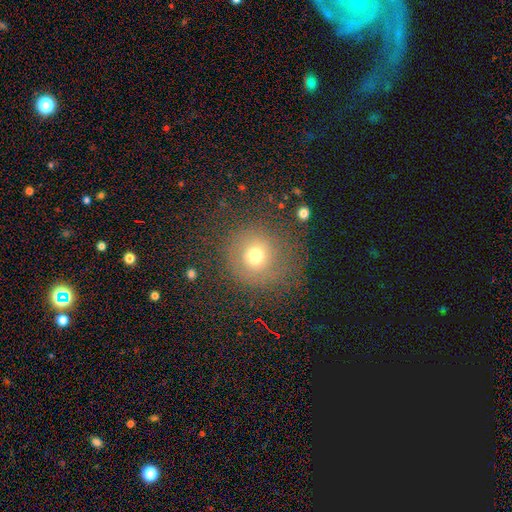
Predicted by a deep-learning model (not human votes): A smooth galaxy with no disk features (66%) that is round (91%).

Vote fractions:
- Smooth or featured? smooth: 66% / star or artifact: 18% / featured or disk: 16%
- How rounded? round: 91% / in between: 8% / cigar-shaped: 1%
- Merging? none: 73% / minor disturbance: 14% / major disturbance: 11% / merger: 3%